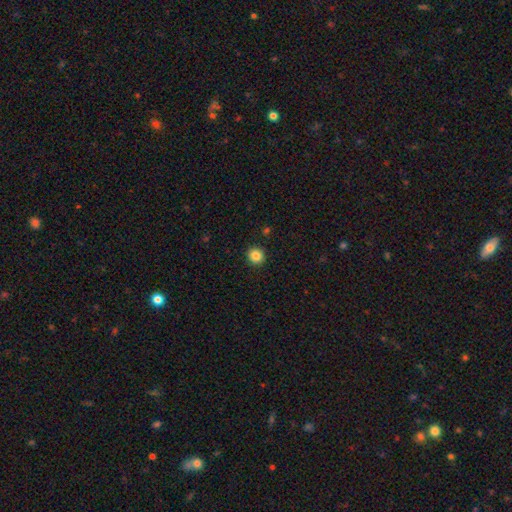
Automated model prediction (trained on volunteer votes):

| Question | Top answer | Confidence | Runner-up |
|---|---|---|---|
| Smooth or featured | smooth | 85% | star or artifact (10%) |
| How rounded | round | 93% | in between (6%) |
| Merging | none | 93% | minor disturbance (5%) |